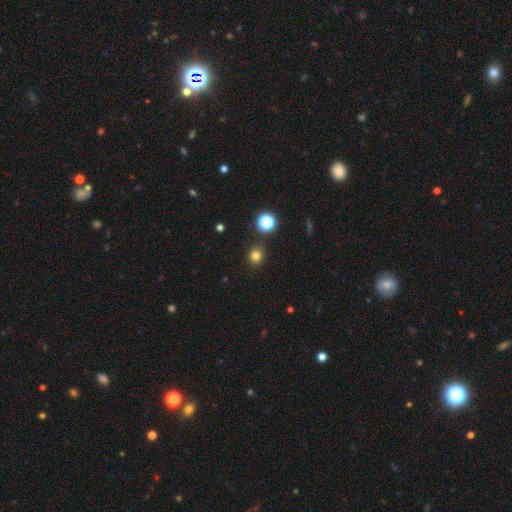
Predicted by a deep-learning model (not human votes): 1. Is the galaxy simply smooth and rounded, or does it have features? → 78% smooth, 16% star or artifact, 5% featured or disk.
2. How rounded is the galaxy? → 76% round, 23% in between, 1% cigar-shaped.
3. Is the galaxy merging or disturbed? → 86% none, 8% minor disturbance, 3% merger, 2% major disturbance.